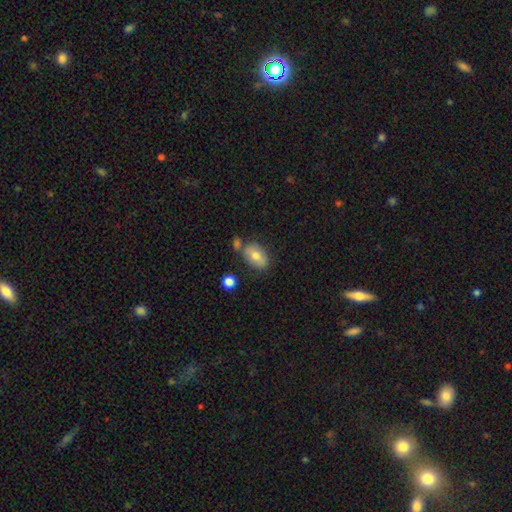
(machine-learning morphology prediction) The model was most divided on "merging": none: 65%, minor disturbance: 17%, merger: 14%, major disturbance: 4%. More confident: how rounded — in between (88%); smooth or featured — smooth (72%).